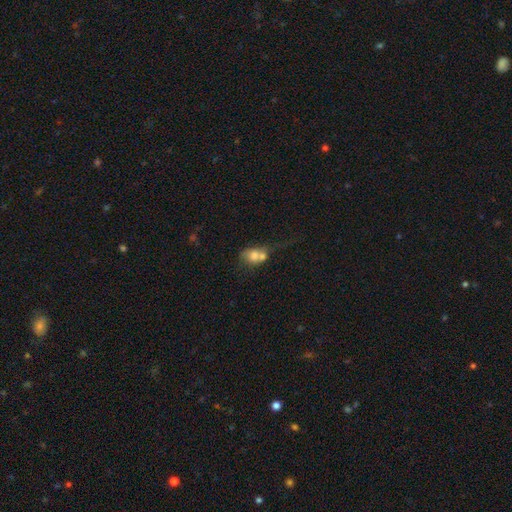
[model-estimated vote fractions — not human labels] smooth 66%, featured or disk 24%, star or artifact 10%. Down the decision tree: how rounded — in between (54%); merging — merger (60%).